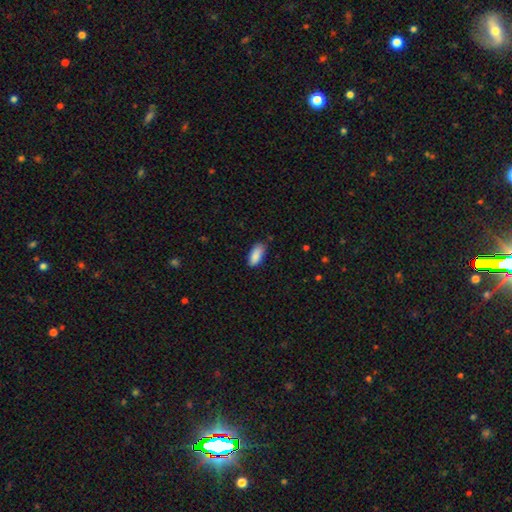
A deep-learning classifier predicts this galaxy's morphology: Smooth or featured?
  - smooth: 89% *
  - star or artifact: 7%
  - featured or disk: 4%
How rounded?
  - in between: 86% *
  - cigar-shaped: 12%
  - round: 2%
Merging?
  - none: 78% *
  - minor disturbance: 18%
  - major disturbance: 3%
  - merger: 1%